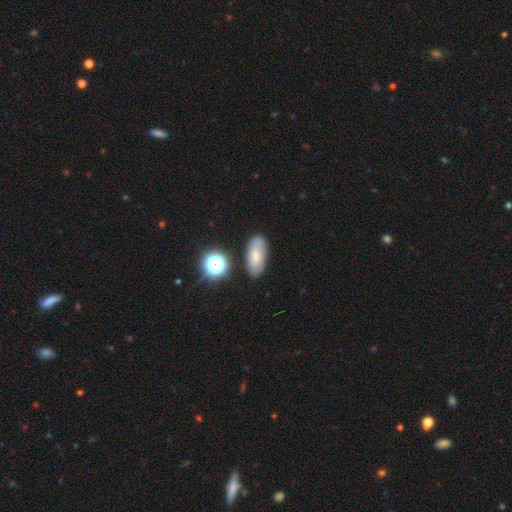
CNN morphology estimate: Smooth or featured? Predicted: smooth (p=0.63). How rounded? Predicted: in between (p=0.85). Merging? Predicted: none (p=0.78).